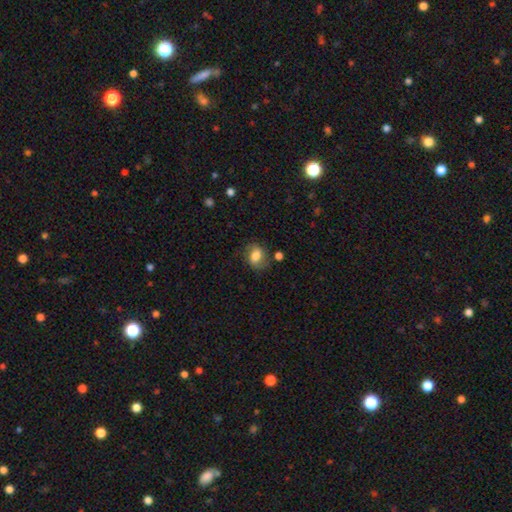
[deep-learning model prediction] Smooth or featured?
  - smooth: 70% *
  - featured or disk: 21%
  - star or artifact: 9%
How rounded?
  - in between: 63% *
  - round: 35%
  - cigar-shaped: 2%
Merging?
  - none: 67% *
  - minor disturbance: 21%
  - major disturbance: 8%
  - merger: 4%